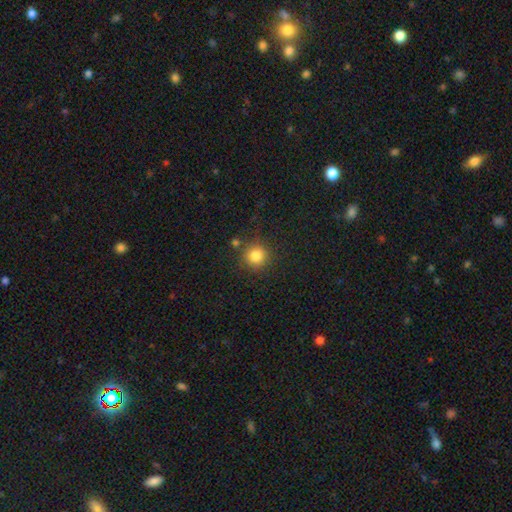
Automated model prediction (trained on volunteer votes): Overall: smooth (83%). How rounded: round (93%). Merging: none (82%).